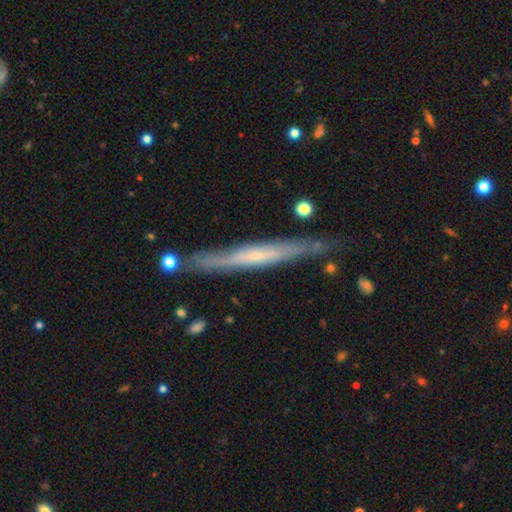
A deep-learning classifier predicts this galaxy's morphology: A featured or disk galaxy (65%) viewed edge-on (92%) with no central bulge (59%). Merging: none (80%).